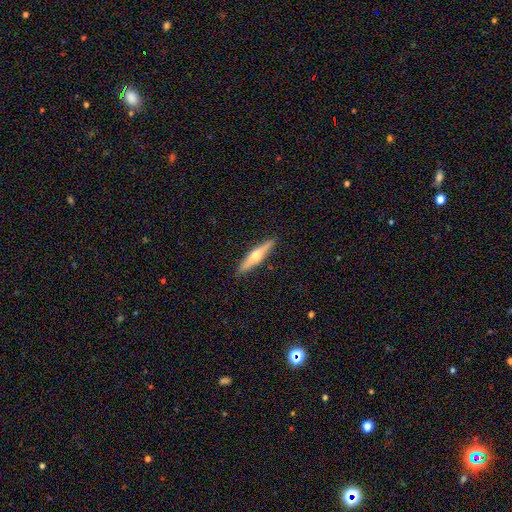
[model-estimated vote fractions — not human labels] Q: Smooth or featured?
A: featured or disk (52%); runner-up: smooth (42%)
Q: Edge-on disk?
A: yes (96%); runner-up: no (4%)
Q: Edge-on bulge?
A: rounded (87%); runner-up: none (7%)
Q: Merging?
A: none (90%); runner-up: minor disturbance (7%)